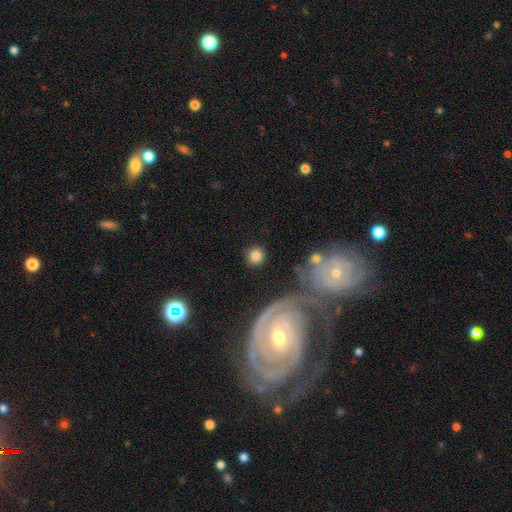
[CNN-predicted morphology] A smooth galaxy with no disk features (81%) that is round (91%). Merging: none (82%).